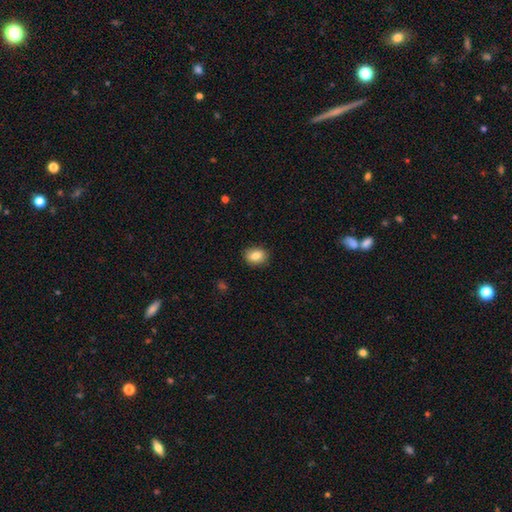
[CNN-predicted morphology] A smooth galaxy with no disk features (84%) that is in between round and cigar-shaped (61%). Merging: none (87%).